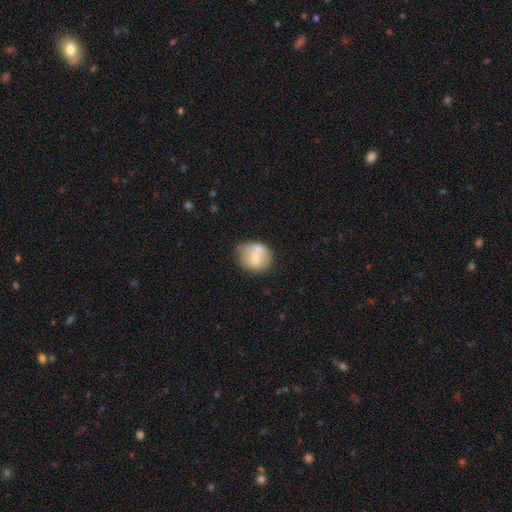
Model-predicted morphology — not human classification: smooth_or_featured: smooth (p=0.62) [alt: featured or disk p=0.31]
how_rounded: round (p=0.74) [alt: in between p=0.25]
merging: none (p=0.47) [alt: merger p=0.26]